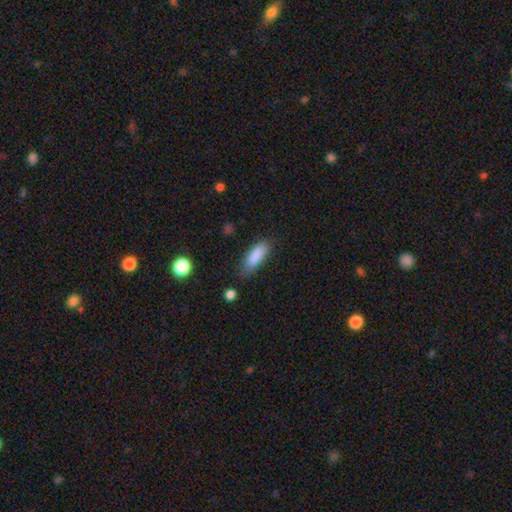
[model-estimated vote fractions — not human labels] smooth-or-featured: smooth: 87% | star or artifact: 7% | featured or disk: 6%
  how-rounded: in between: 69% | cigar-shaped: 29% | round: 2%
  merging: none: 75% | minor disturbance: 19% | major disturbance: 4% | merger: 2%